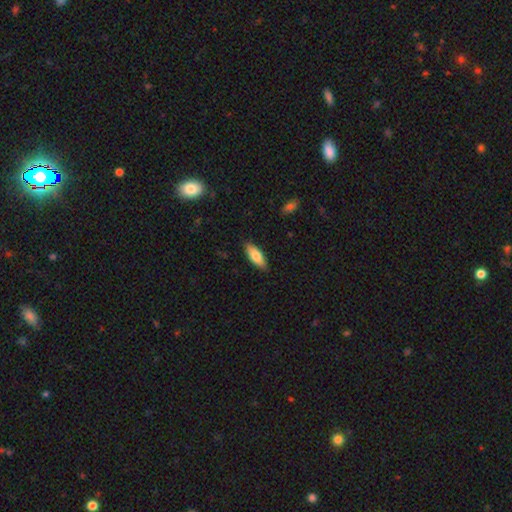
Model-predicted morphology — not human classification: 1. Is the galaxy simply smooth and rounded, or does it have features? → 79% smooth, 15% featured or disk, 6% star or artifact.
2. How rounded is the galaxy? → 72% in between, 27% cigar-shaped, 2% round.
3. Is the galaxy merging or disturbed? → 87% none, 11% minor disturbance, 2% major disturbance, 1% merger.